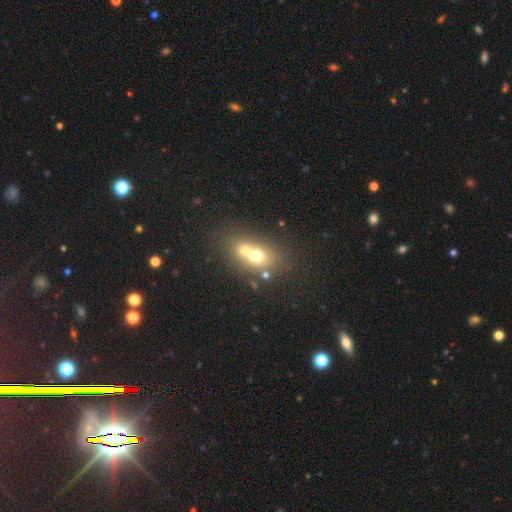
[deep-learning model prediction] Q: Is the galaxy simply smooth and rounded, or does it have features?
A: smooth — 63%.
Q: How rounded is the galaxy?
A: in between — 50%.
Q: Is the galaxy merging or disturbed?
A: merger — 63%.